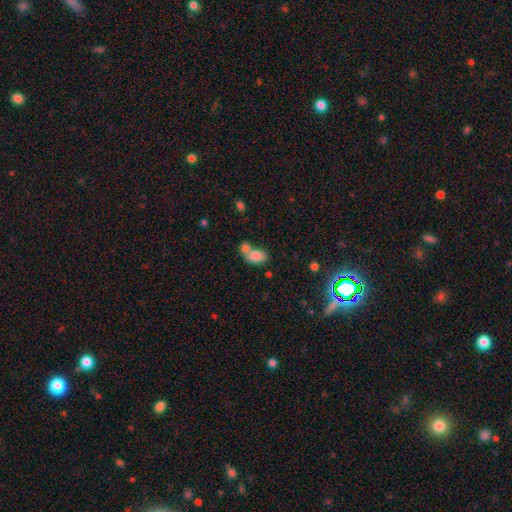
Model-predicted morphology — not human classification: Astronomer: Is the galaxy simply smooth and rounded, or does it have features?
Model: smooth — 82%.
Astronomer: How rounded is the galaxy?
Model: in between — 84%.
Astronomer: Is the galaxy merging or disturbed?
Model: merger — 52% (runner-up: none, 34%).